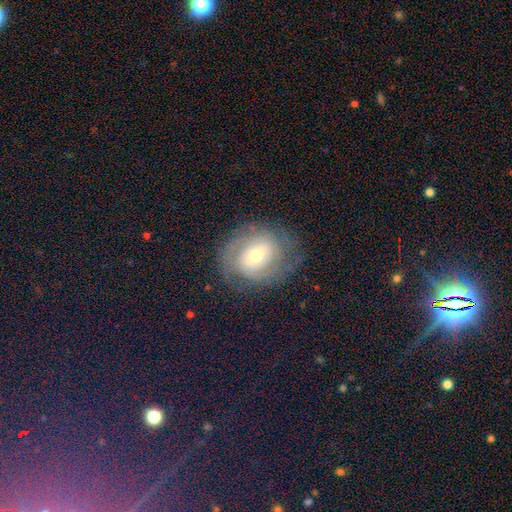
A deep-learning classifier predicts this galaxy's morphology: Smooth or featured? Predicted: featured or disk (p=0.72). Edge-on disk? Predicted: no (p=0.96). Bar? Predicted: weak (p=0.46). Spiral arms? Predicted: yes (p=0.84). Spiral winding? Predicted: tight (p=0.58). Spiral arm count? Predicted: 2 (p=0.47). Bulge size? Predicted: moderate (p=0.53). Merging? Predicted: none (p=0.74).